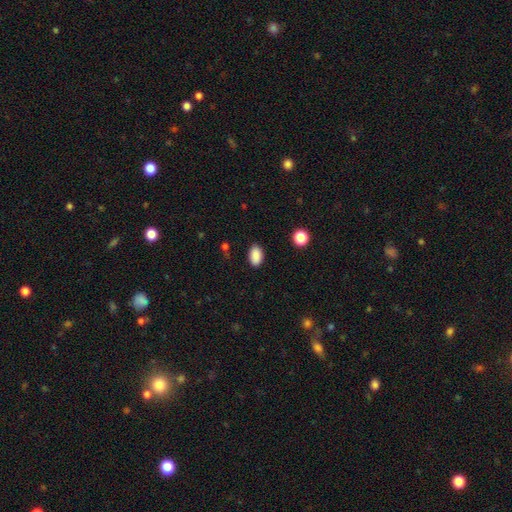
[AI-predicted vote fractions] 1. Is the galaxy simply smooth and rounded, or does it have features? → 88% smooth, 8% star or artifact, 3% featured or disk.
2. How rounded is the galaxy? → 91% in between, 7% round, 1% cigar-shaped.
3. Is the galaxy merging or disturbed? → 86% none, 10% minor disturbance, 2% major disturbance, 1% merger.